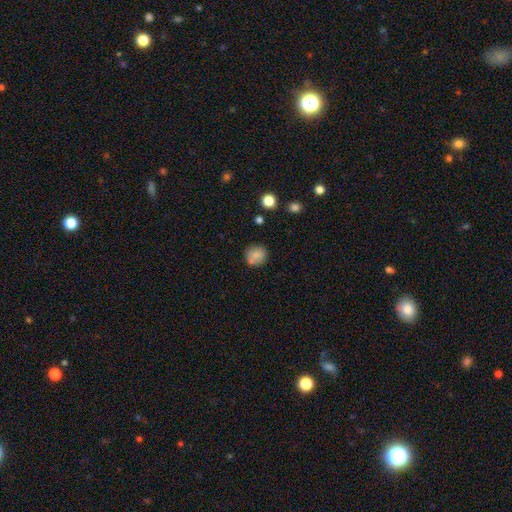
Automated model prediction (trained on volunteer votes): A smooth galaxy with no disk features (81%) that is round (85%).

Vote fractions:
- Smooth or featured? smooth: 81% / star or artifact: 10% / featured or disk: 9%
- How rounded? round: 85% / in between: 14% / cigar-shaped: 1%
- Merging? none: 75% / minor disturbance: 13% / merger: 9% / major disturbance: 4%